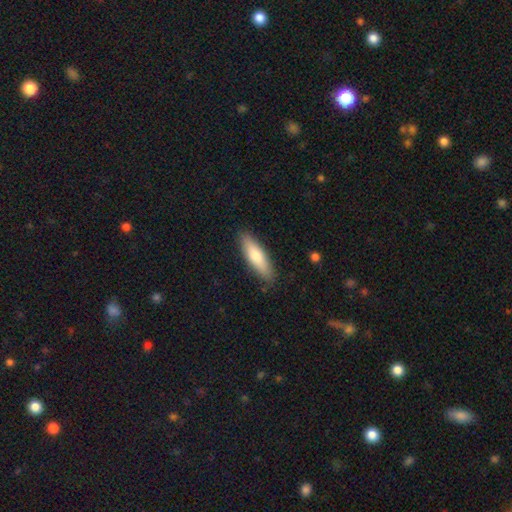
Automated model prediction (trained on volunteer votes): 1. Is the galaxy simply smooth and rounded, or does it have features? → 69% smooth, 25% featured or disk, 6% star or artifact.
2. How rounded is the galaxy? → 61% cigar-shaped, 37% in between, 2% round.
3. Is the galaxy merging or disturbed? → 87% none, 10% minor disturbance, 2% major disturbance, 1% merger.